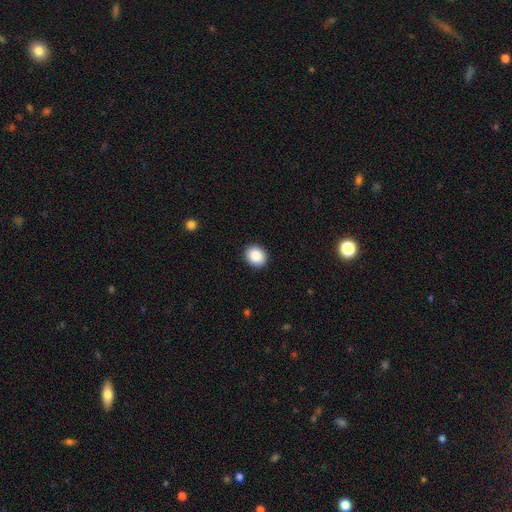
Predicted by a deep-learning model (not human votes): Morphology: type=smooth (89%); roundness=round (66%); merging=none (91%).